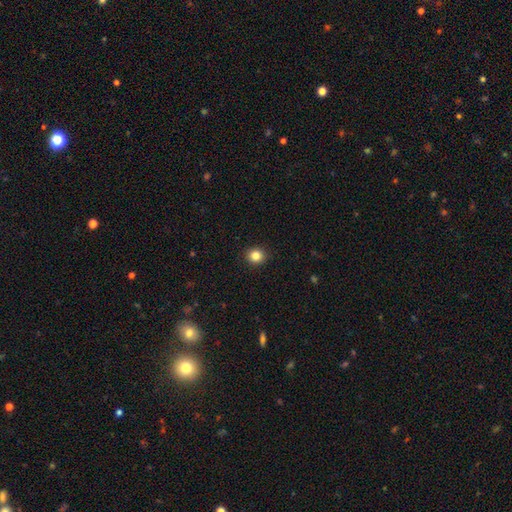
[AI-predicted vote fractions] Smooth or featured?
  - smooth: 84% *
  - star or artifact: 11%
  - featured or disk: 5%
How rounded?
  - round: 85% *
  - in between: 14%
  - cigar-shaped: 1%
Merging?
  - none: 92% *
  - minor disturbance: 5%
  - major disturbance: 2%
  - merger: 1%